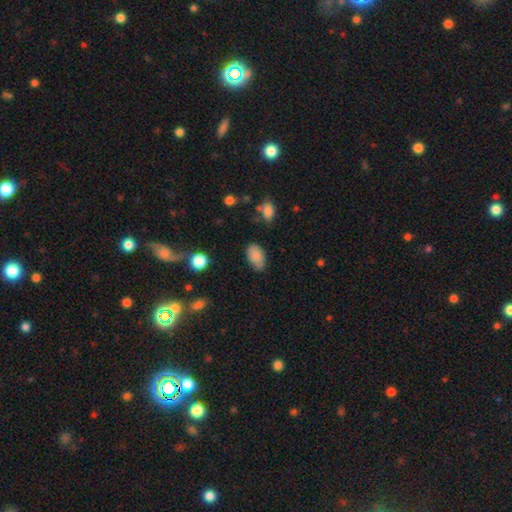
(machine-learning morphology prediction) smooth 85%, star or artifact 8%, featured or disk 7%. Down the decision tree: how rounded — in between (92%); merging — none (72%).